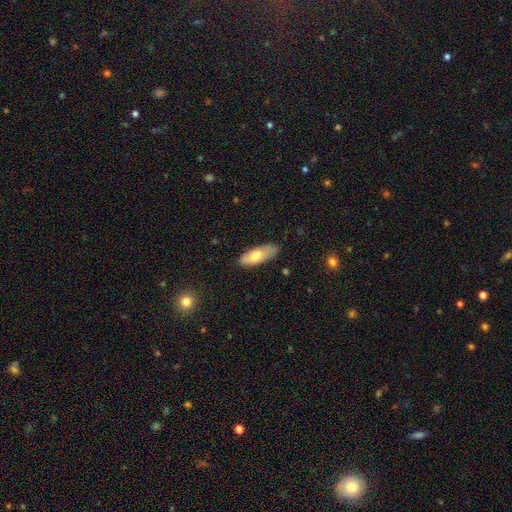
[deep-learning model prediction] A smooth galaxy with no disk features (71%) that is in between round and cigar-shaped (76%). Merging: none (79%).